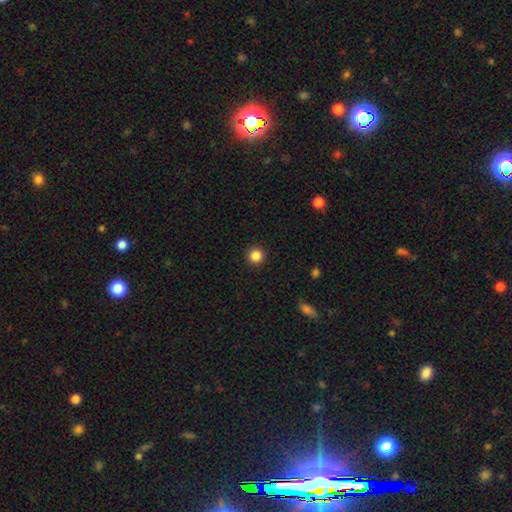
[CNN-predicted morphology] smooth 86%, star or artifact 11%, featured or disk 3%. Down the decision tree: how rounded — round (95%); merging — none (93%).